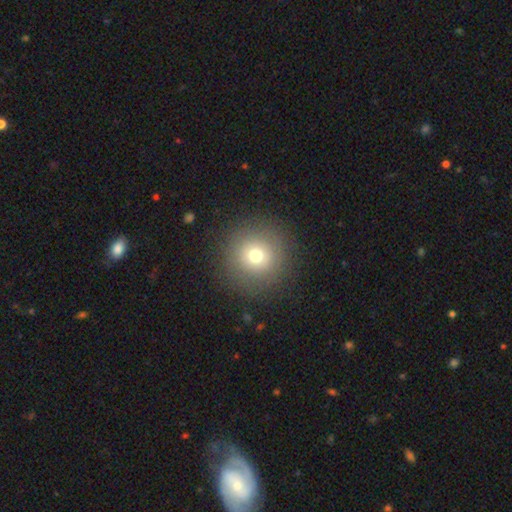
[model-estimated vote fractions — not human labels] Smooth or featured? Predicted: smooth (p=0.71). How rounded? Predicted: round (p=0.96). Merging? Predicted: none (p=0.90).